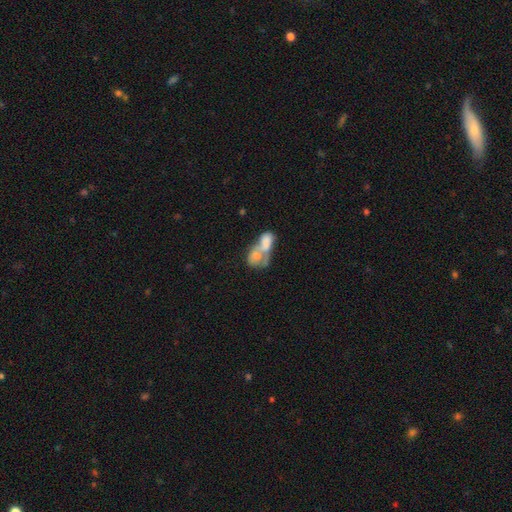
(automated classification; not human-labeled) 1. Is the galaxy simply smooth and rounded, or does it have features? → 64% smooth, 28% featured or disk, 8% star or artifact.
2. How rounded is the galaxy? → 72% in between, 25% round, 3% cigar-shaped.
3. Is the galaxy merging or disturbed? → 79% merger, 9% none, 7% major disturbance, 5% minor disturbance.